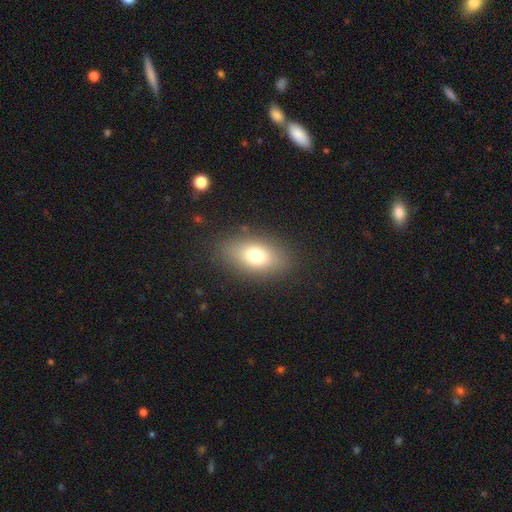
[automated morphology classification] Overall: smooth (74%). How rounded: in between (83%). Merging: none (85%).